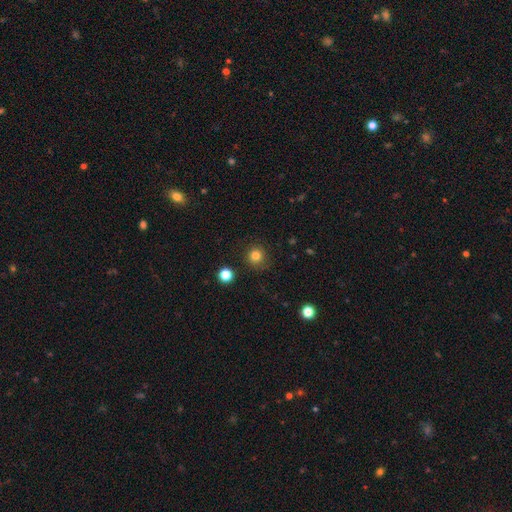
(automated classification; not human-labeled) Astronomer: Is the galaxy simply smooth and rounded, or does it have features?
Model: smooth — 81%.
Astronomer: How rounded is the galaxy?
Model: round — 93%.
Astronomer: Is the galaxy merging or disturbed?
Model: none — 87%.